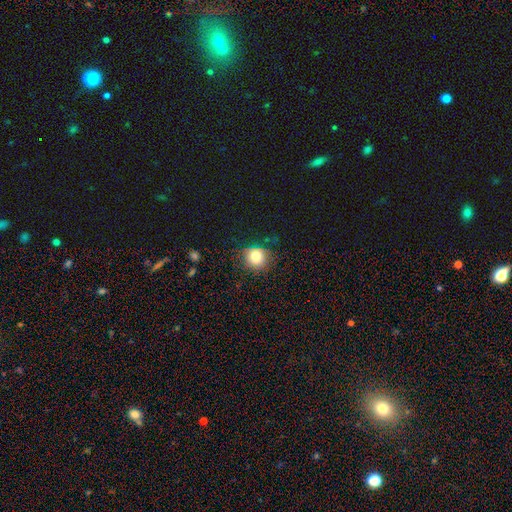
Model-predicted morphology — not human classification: smooth 79%, star or artifact 12%, featured or disk 8%. Down the decision tree: how rounded — round (87%); merging — none (81%).